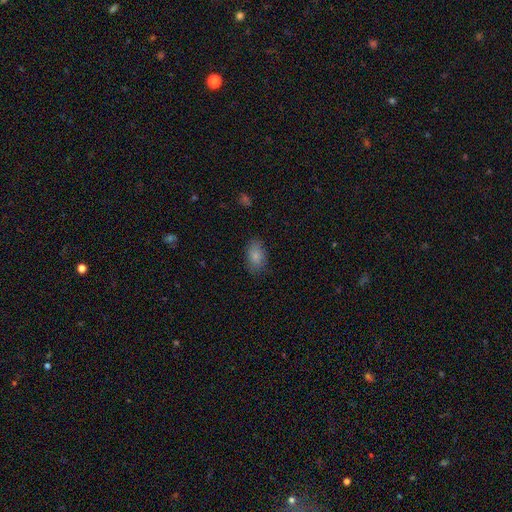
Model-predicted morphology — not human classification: smooth_or_featured: smooth (p=0.83) [alt: featured or disk p=0.09]
how_rounded: in between (p=0.87) [alt: round p=0.11]
merging: none (p=0.81) [alt: minor disturbance p=0.15]